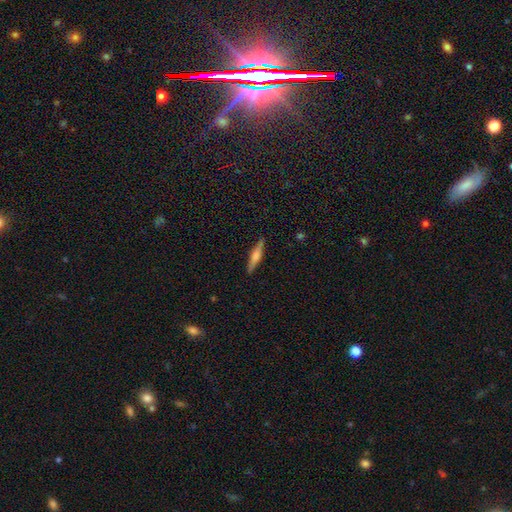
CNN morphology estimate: A featured or disk galaxy (58%) viewed edge-on (97%) with a rounded central bulge (76%).

Vote fractions:
- Smooth or featured? featured or disk: 58% / smooth: 35% / star or artifact: 6%
- Edge-on disk? yes: 97% / no: 3%
- Edge-on bulge? rounded: 76% / boxy: 16% / none: 8%
- Merging? none: 90% / minor disturbance: 7% / major disturbance: 2% / merger: 1%